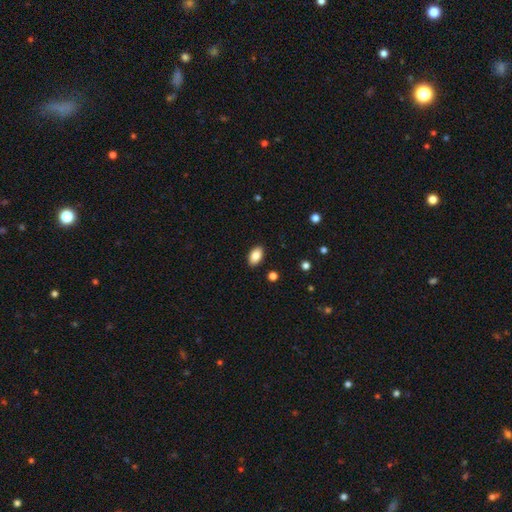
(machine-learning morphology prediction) A smooth galaxy with no disk features (86%) that is in between round and cigar-shaped (92%). Merging: none (89%).